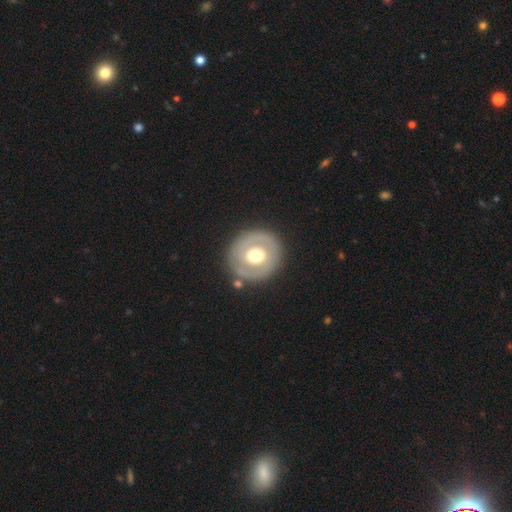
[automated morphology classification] smooth-or-featured: featured or disk: 50% | smooth: 44% | star or artifact: 6%
  disk-edge-on: no: 95% | yes: 5%
  merging: none: 82% | minor disturbance: 10% | major disturbance: 5% | merger: 3%